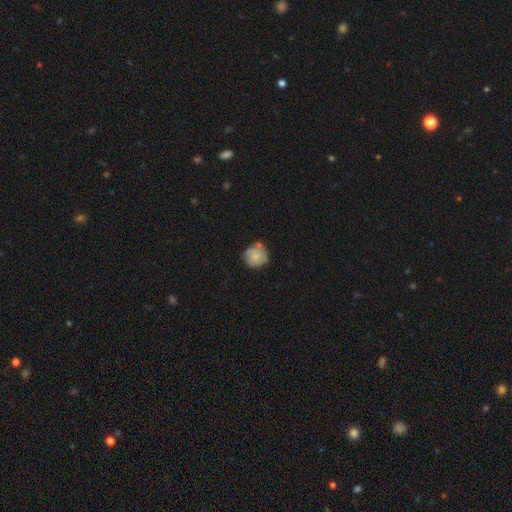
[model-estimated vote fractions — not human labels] Q: Smooth or featured?
A: smooth (74%); runner-up: featured or disk (19%)
Q: How rounded?
A: round (89%); runner-up: in between (10%)
Q: Merging?
A: none (58%); runner-up: minor disturbance (27%)